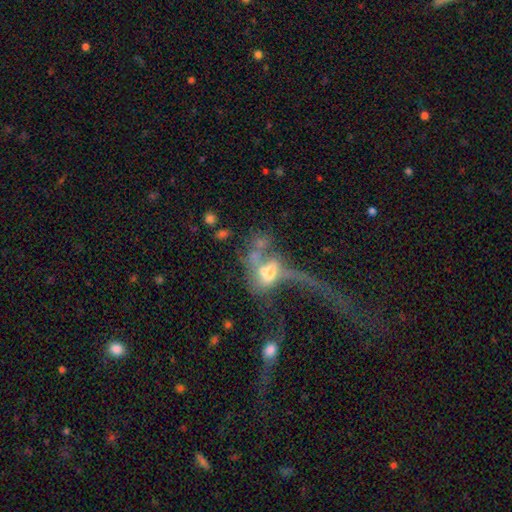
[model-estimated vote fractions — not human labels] smooth-or-featured: featured or disk: 54% | smooth: 31% | star or artifact: 15%
  disk-edge-on: no: 87% | yes: 13%
  merging: major disturbance: 43% | merger: 40% | none: 11% | minor disturbance: 6%